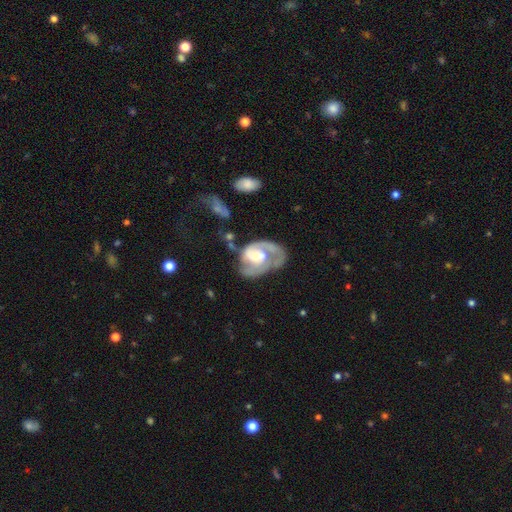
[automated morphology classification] Smooth or featured? featured or disk (80%)
Edge-on disk? no (97%)
Bar? no (66%)
Spiral arms? yes (85%)
Spiral winding? tight (45%)
Spiral arm count? 2 (46%)
Bulge size? moderate (58%)
Merging? none (38%)